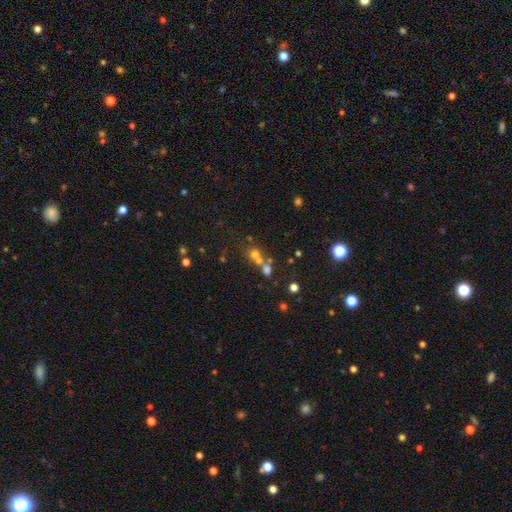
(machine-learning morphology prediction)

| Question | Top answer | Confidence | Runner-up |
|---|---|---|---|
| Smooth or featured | smooth | 50% | star or artifact (32%) |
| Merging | merger | 45% | none (43%) |